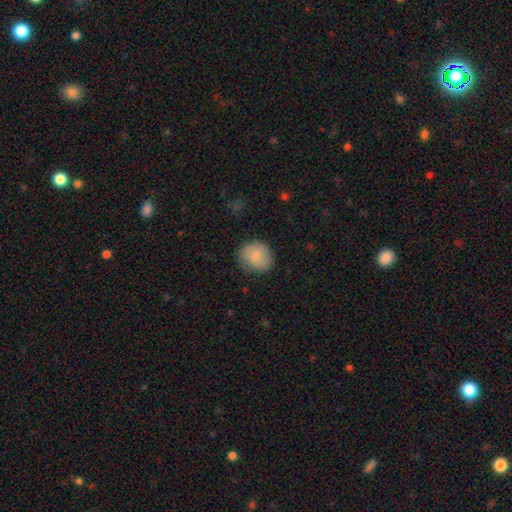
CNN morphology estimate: A smooth galaxy with no disk features (79%) that is round (79%).

Vote fractions:
- Smooth or featured? smooth: 79% / featured or disk: 14% / star or artifact: 7%
- How rounded? round: 79% / in between: 20% / cigar-shaped: 1%
- Merging? none: 72% / minor disturbance: 21% / major disturbance: 5% / merger: 1%